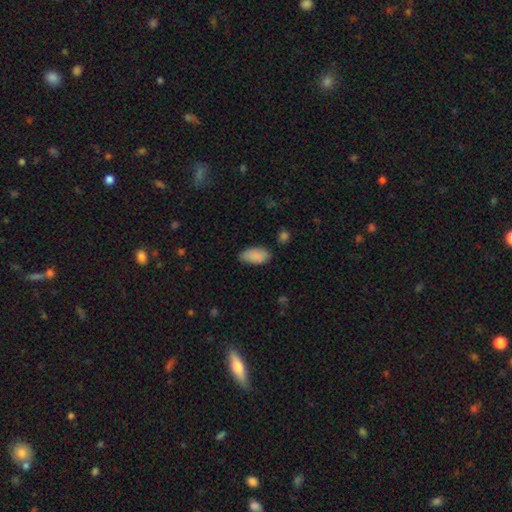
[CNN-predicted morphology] smooth-or-featured: smooth: 88% | star or artifact: 7% | featured or disk: 5%
  how-rounded: in between: 94% | round: 3% | cigar-shaped: 3%
  merging: none: 78% | minor disturbance: 17% | major disturbance: 3% | merger: 2%